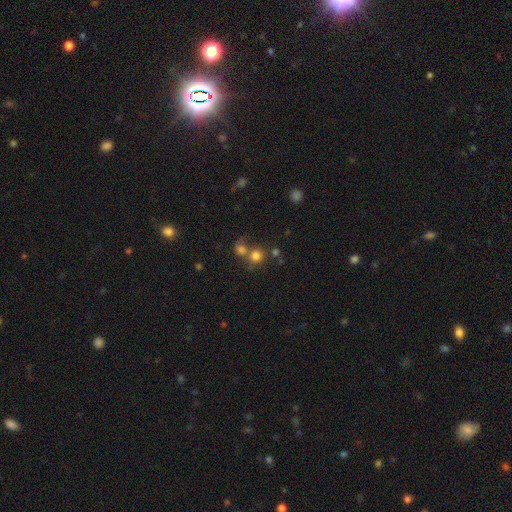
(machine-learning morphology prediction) This appears to be a smooth galaxy with no disk features (74%) that is round (85%). Merging: merger (44%).